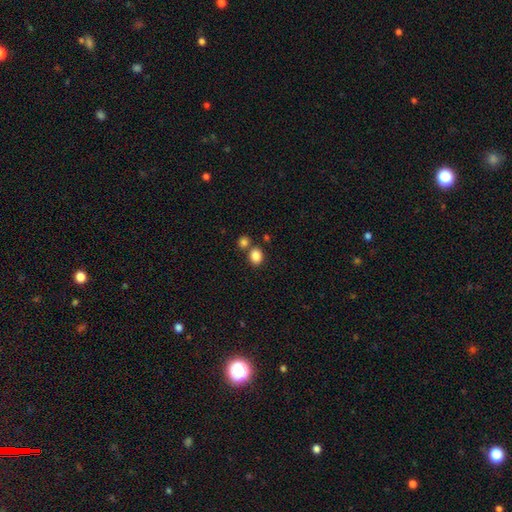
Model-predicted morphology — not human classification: A smooth galaxy with no disk features (85%) that is round (59%). Merging: none (66%).